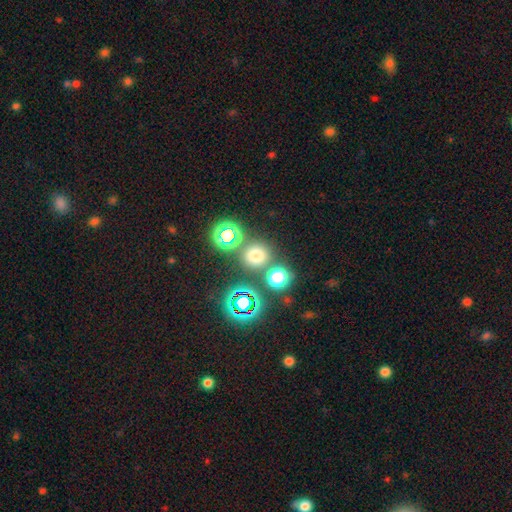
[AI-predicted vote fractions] Q: Smooth or featured?
A: smooth (63%); runner-up: star or artifact (30%)
Q: How rounded?
A: round (89%); runner-up: in between (9%)
Q: Merging?
A: none (76%); runner-up: merger (13%)